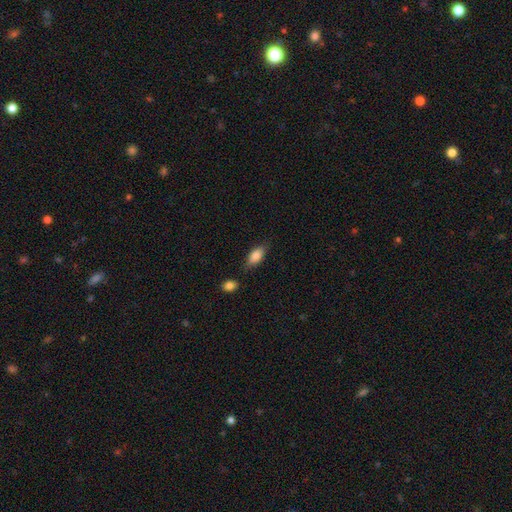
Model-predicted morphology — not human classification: Smooth or featured: smooth — 82% (featured or disk — 11%)
How rounded: in between — 85% (cigar-shaped — 12%)
Merging: none — 73% (minor disturbance — 17%)